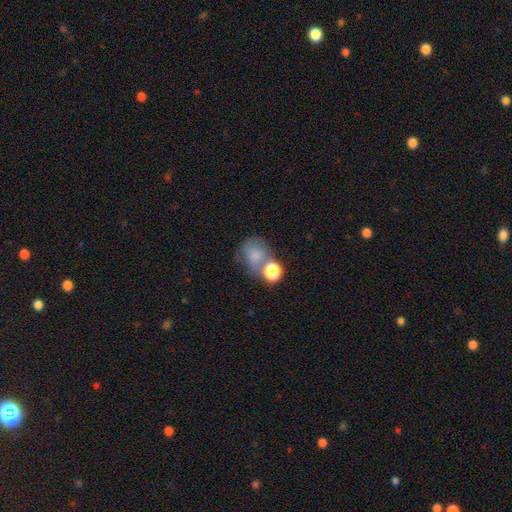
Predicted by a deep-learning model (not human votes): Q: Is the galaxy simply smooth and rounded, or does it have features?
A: smooth — 70%.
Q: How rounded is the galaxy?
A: round — 61%.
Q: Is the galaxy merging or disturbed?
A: none — 35%.